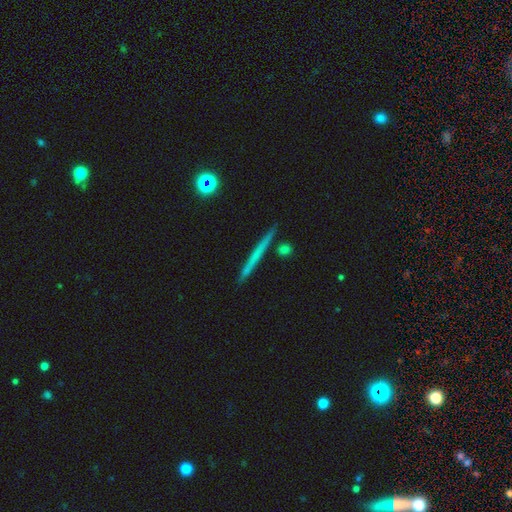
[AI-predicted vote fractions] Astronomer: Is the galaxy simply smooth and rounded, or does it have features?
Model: featured or disk — 49% (runner-up: smooth, 43%).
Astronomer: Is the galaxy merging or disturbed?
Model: none — 89%.